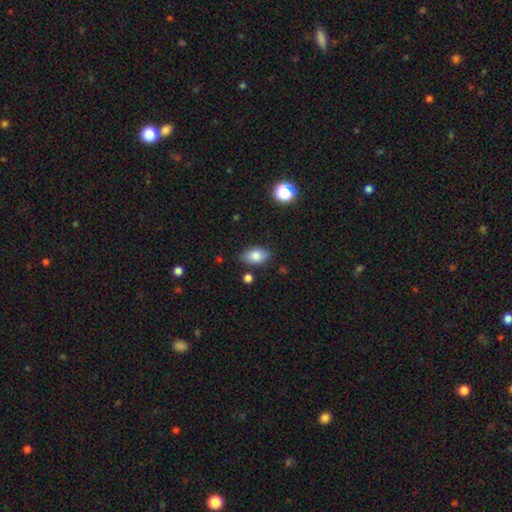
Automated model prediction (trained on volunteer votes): Overall: smooth (82%). How rounded: in between (89%). Merging: none (81%).